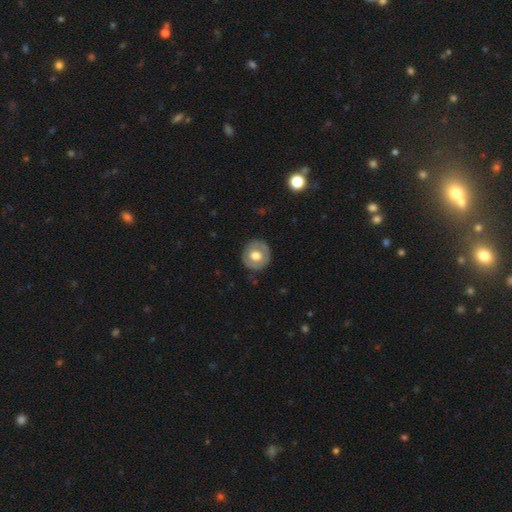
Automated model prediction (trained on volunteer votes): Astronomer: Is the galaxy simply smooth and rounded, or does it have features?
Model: smooth — 53% (runner-up: featured or disk, 41%).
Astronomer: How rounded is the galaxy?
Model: round — 85%.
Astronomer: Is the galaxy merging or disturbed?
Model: none — 83%.